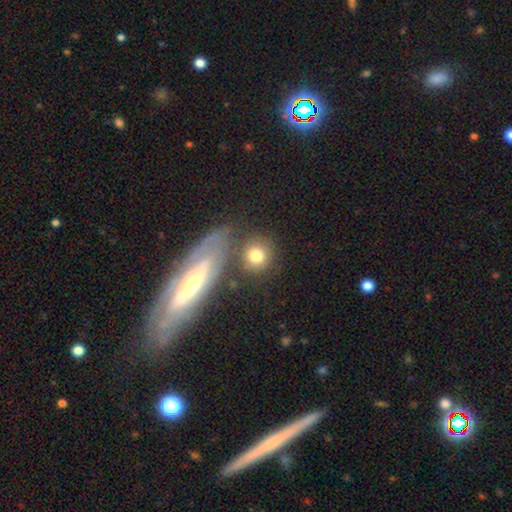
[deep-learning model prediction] Smooth or featured? smooth (73%)
How rounded? round (83%)
Merging? none (62%)